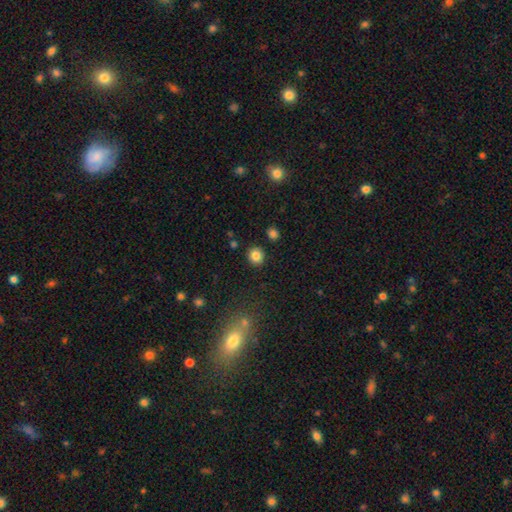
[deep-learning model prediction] A smooth galaxy with no disk features (84%) that is round (82%).

Vote fractions:
- Smooth or featured? smooth: 84% / star or artifact: 11% / featured or disk: 5%
- How rounded? round: 82% / in between: 17% / cigar-shaped: 1%
- Merging? none: 88% / minor disturbance: 7% / merger: 3% / major disturbance: 2%